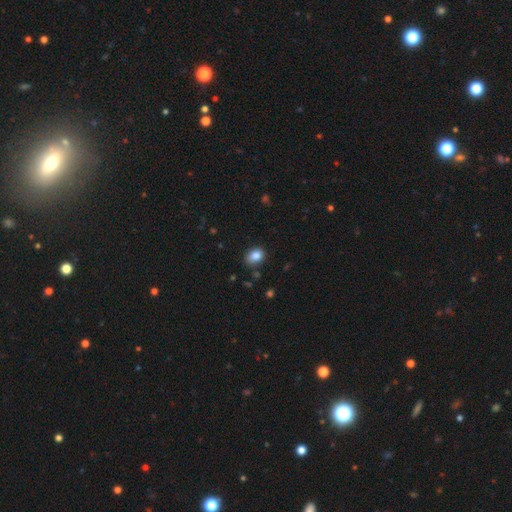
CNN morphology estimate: type=smooth (85%); roundness=in between (71%); merging=none (79%).